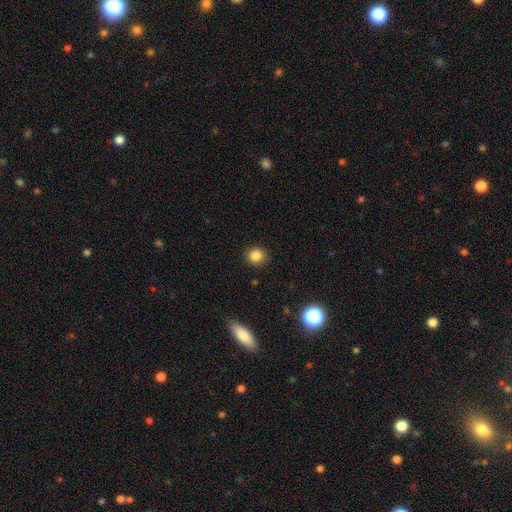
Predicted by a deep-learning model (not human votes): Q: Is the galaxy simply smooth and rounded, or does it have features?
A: smooth — 84%.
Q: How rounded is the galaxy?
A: round — 89%.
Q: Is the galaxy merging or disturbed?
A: none — 90%.